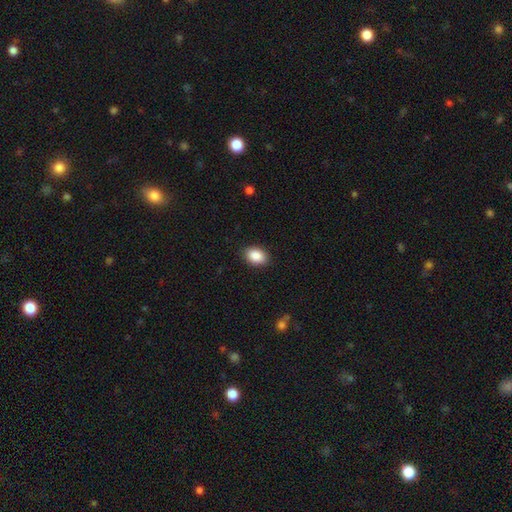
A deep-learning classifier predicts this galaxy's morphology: This is clearly a smooth galaxy (89%). How rounded: clearly in between (84%). Merging: clearly none (89%).